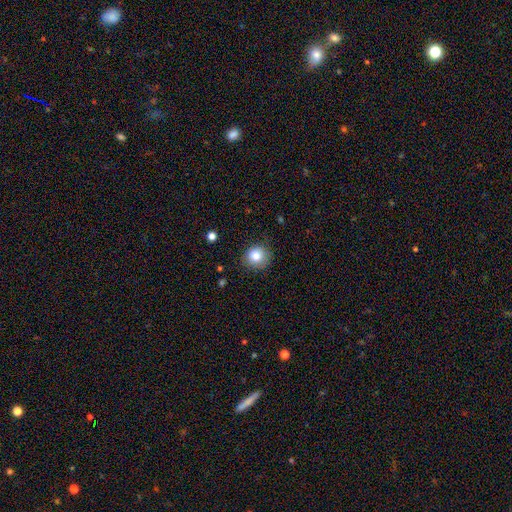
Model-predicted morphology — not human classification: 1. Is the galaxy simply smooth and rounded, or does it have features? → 82% smooth, 10% star or artifact, 8% featured or disk.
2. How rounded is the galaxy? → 85% round, 14% in between, 1% cigar-shaped.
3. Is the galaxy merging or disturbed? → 83% none, 13% minor disturbance, 3% major disturbance, 1% merger.